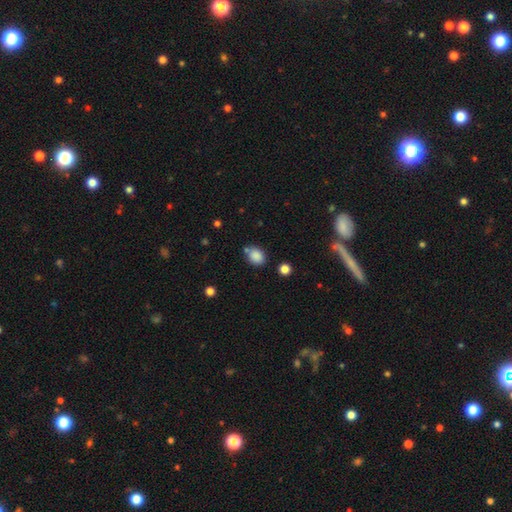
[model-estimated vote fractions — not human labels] Smooth or featured?
  - smooth: 86% *
  - star or artifact: 10%
  - featured or disk: 5%
How rounded?
  - in between: 53% *
  - round: 46%
  - cigar-shaped: 1%
Merging?
  - none: 69% *
  - minor disturbance: 16%
  - merger: 11%
  - major disturbance: 4%